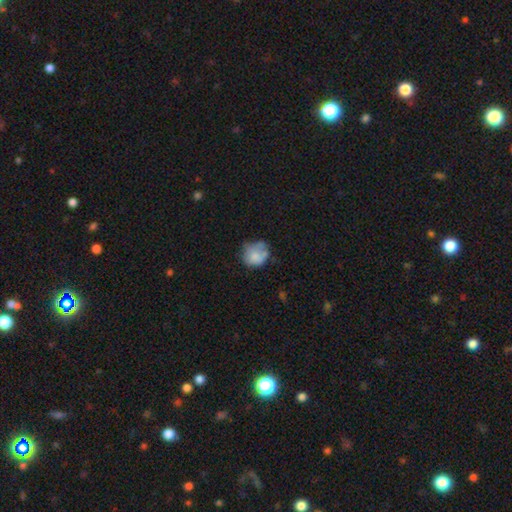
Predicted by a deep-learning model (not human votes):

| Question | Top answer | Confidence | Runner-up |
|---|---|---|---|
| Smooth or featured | smooth | 71% | featured or disk (20%) |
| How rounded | round | 73% | in between (26%) |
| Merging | none | 48% | minor disturbance (31%) |